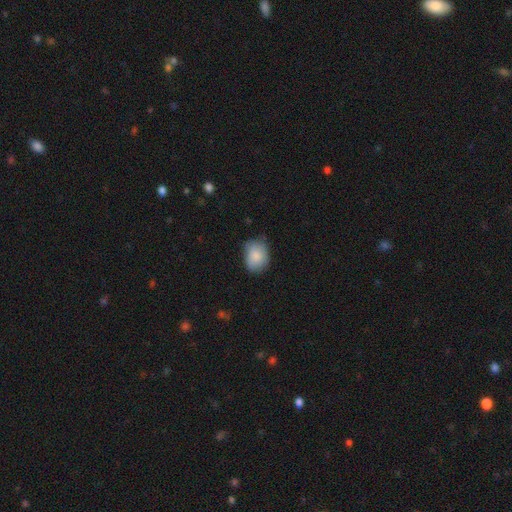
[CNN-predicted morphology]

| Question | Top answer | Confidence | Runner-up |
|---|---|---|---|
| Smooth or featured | smooth | 85% | featured or disk (8%) |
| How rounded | in between | 66% | round (34%) |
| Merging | none | 64% | minor disturbance (29%) |